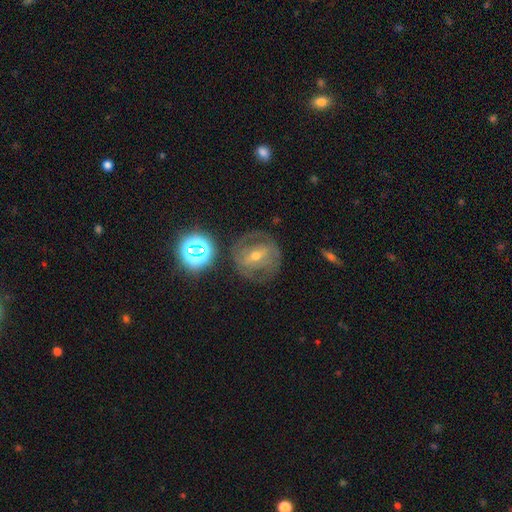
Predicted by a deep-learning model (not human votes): The model was most divided on "bar": weak: 41%, strong: 33%, no: 26%. More confident: edge-on disk — no (95%); spiral arms — yes (76%); merging — none (70%); smooth or featured — featured or disk (68%); bulge size — moderate (52%).